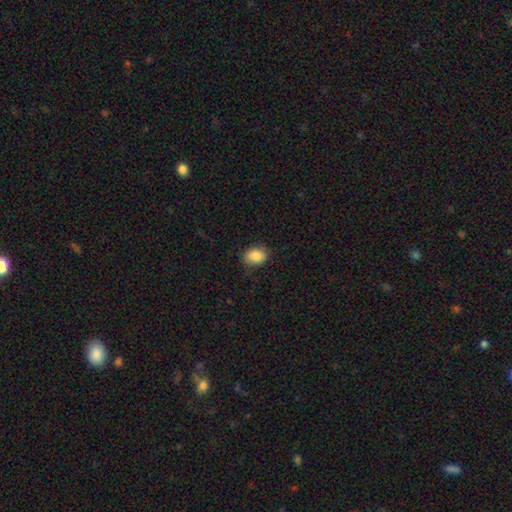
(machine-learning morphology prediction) type=smooth (87%); roundness=in between (67%); merging=none (81%).